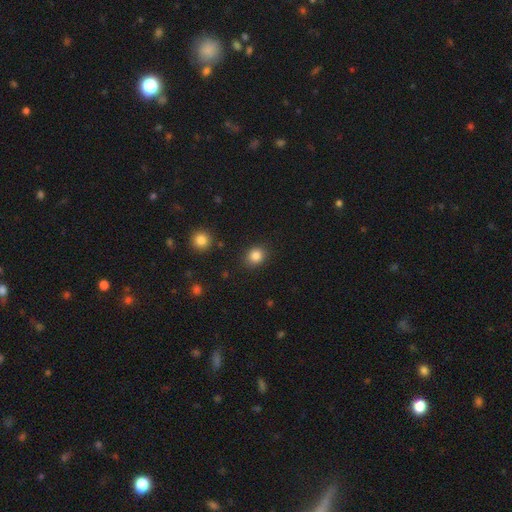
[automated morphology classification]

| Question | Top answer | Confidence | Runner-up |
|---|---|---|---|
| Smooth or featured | smooth | 85% | star or artifact (10%) |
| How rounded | round | 69% | in between (30%) |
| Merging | none | 87% | minor disturbance (8%) |